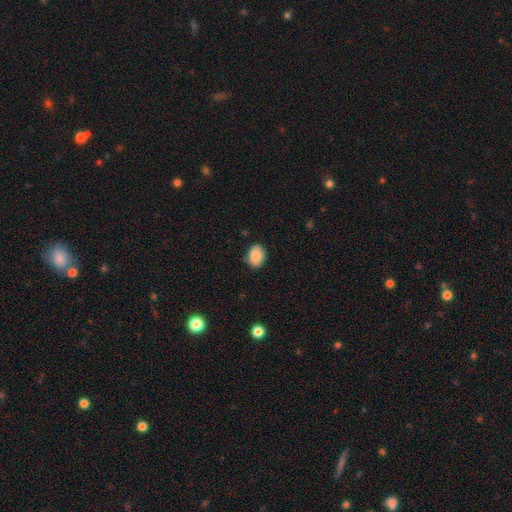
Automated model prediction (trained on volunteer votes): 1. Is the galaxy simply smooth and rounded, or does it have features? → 86% smooth, 7% star or artifact, 6% featured or disk.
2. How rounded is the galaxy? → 72% in between, 27% round, 1% cigar-shaped.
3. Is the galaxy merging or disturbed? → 79% none, 17% minor disturbance, 3% major disturbance, 1% merger.